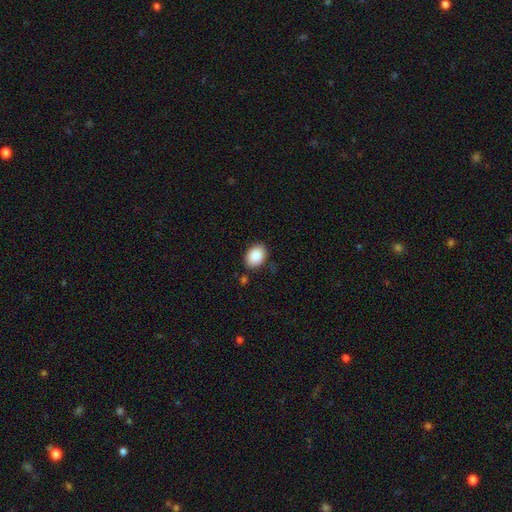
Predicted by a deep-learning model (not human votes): A smooth galaxy with no disk features (88%) that is in between round and cigar-shaped (73%). Merging: none (81%).